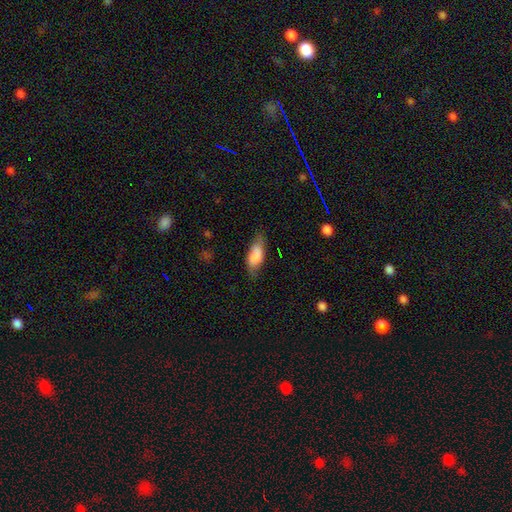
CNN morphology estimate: This is likely a smooth galaxy (79%). How rounded: likely in between (79%). Merging: likely none (62%).